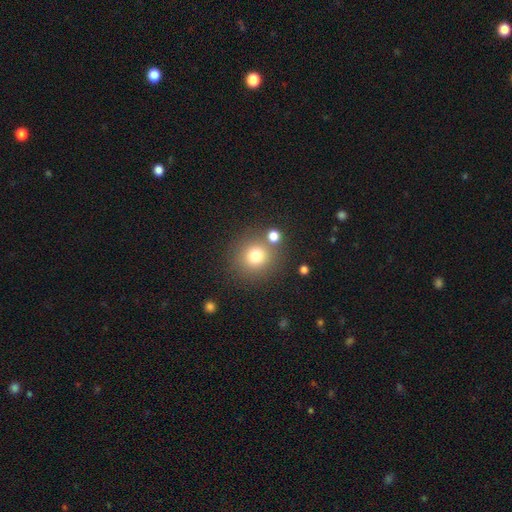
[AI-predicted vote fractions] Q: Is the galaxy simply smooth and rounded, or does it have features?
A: smooth — 76%.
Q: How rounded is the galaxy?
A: round — 92%.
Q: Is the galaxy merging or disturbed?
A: none — 77%.